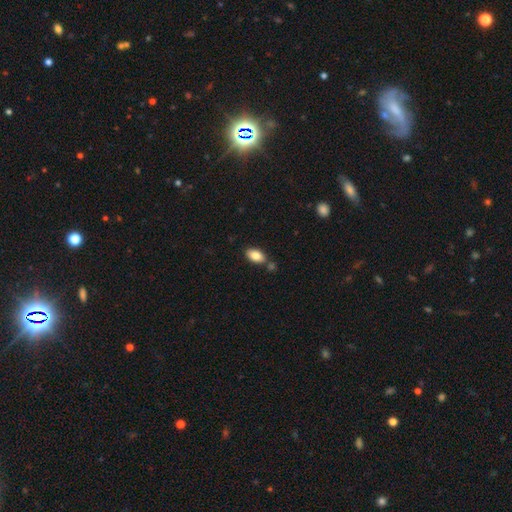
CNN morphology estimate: This appears to be a smooth galaxy with no disk features (84%) that is in between round and cigar-shaped (92%). Merging: none (71%).